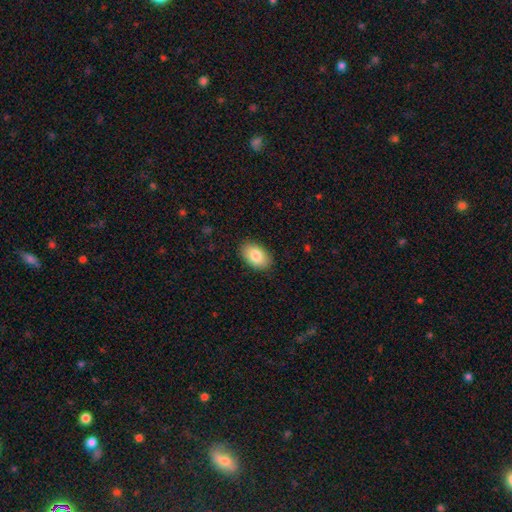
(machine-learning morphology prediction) This appears to be a smooth galaxy with no disk features (84%) that is in between round and cigar-shaped (91%). Merging: none (88%).